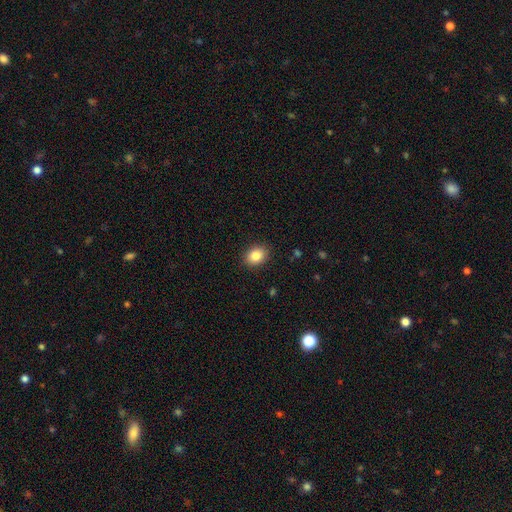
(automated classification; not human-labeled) Q: Smooth or featured?
A: smooth (85%); runner-up: star or artifact (9%)
Q: How rounded?
A: in between (66%); runner-up: round (33%)
Q: Merging?
A: none (88%); runner-up: minor disturbance (8%)